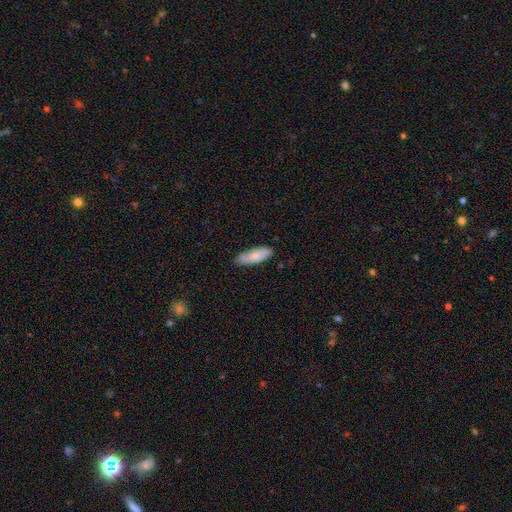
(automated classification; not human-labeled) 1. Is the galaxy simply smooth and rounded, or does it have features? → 75% smooth, 19% featured or disk, 6% star or artifact.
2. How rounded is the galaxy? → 69% in between, 29% cigar-shaped, 2% round.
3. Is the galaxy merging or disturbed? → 81% none, 16% minor disturbance, 2% major disturbance, 1% merger.